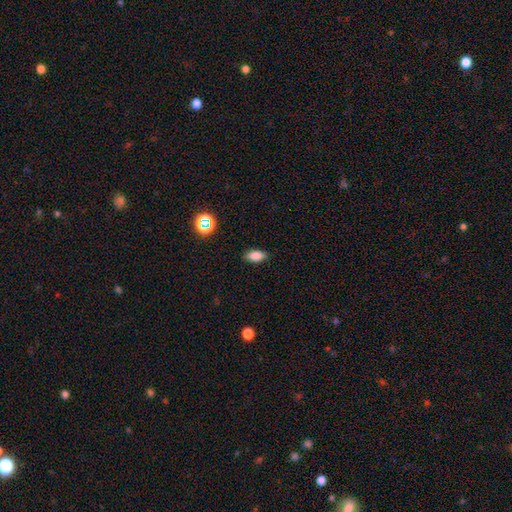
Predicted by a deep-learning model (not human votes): Overall: smooth (83%). How rounded: in between (89%). Merging: none (86%).